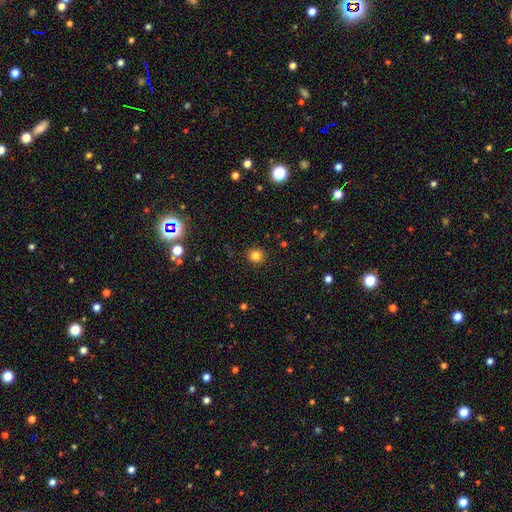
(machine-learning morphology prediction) Smooth or featured? Predicted: smooth (p=0.82). How rounded? Predicted: round (p=0.93). Merging? Predicted: none (p=0.91).